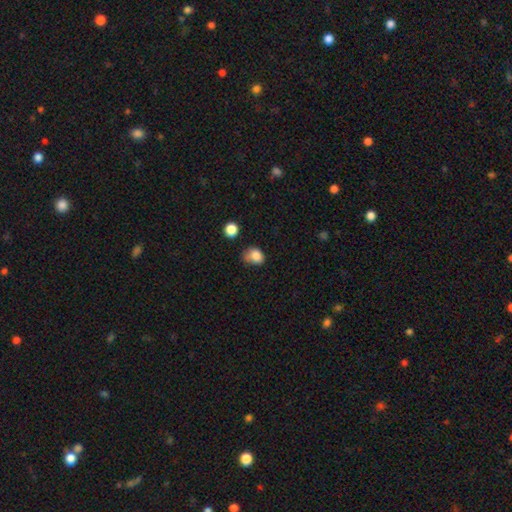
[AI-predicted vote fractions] This is clearly a smooth galaxy (82%). How rounded: possibly in between (51%). Merging: marginally none (42%).